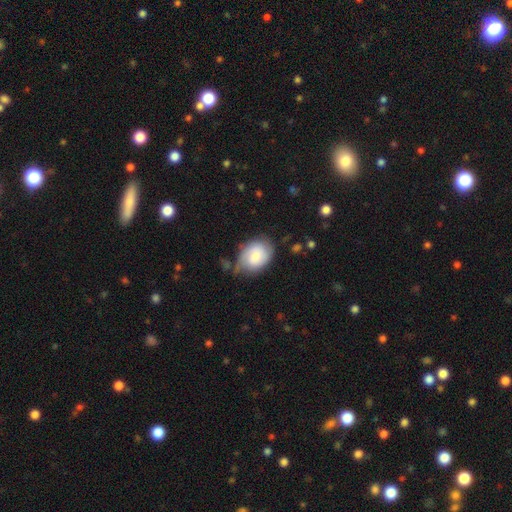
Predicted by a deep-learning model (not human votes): smooth-or-featured: smooth: 64% | featured or disk: 30% | star or artifact: 7%
  how-rounded: in between: 67% | round: 32% | cigar-shaped: 1%
  merging: none: 54% | minor disturbance: 31% | major disturbance: 11% | merger: 4%